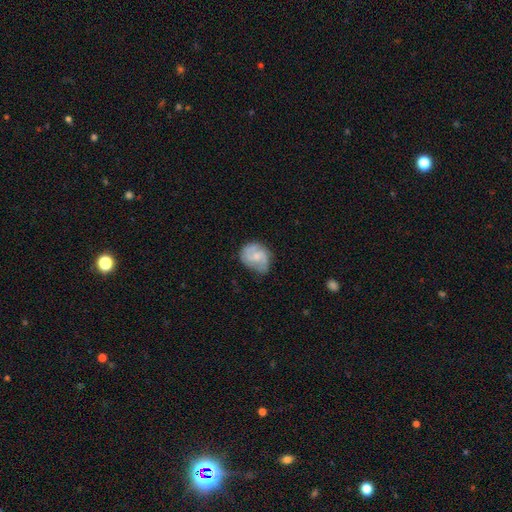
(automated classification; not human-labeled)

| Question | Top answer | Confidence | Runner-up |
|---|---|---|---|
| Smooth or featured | featured or disk | 63% | smooth (31%) |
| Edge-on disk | no | 98% | yes (2%) |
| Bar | no | 63% | weak (33%) |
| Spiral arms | yes | 90% | no (10%) |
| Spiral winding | medium | 47% | tight (36%) |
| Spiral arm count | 2 | 49% | 3 (24%) |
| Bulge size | small | 48% | moderate (36%) |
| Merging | none | 61% | minor disturbance (28%) |